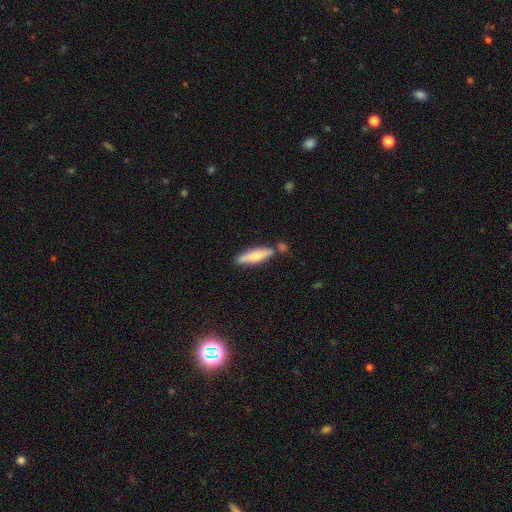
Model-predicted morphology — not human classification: A smooth galaxy with no disk features (66%) that is cigar-shaped (69%).

Vote fractions:
- Smooth or featured? smooth: 66% / featured or disk: 28% / star or artifact: 6%
- How rounded? cigar-shaped: 69% / in between: 29% / round: 2%
- Merging? none: 68% / minor disturbance: 15% / merger: 14% / major disturbance: 3%